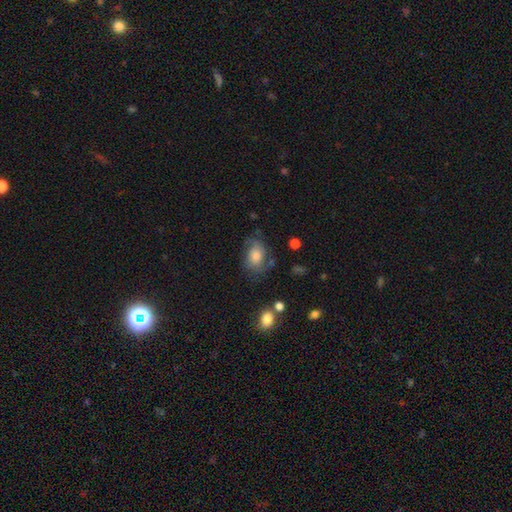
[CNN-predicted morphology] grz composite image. It shows a smooth galaxy with no disk features (53%) that is in between round and cigar-shaped (67%). Merging: none (58%).